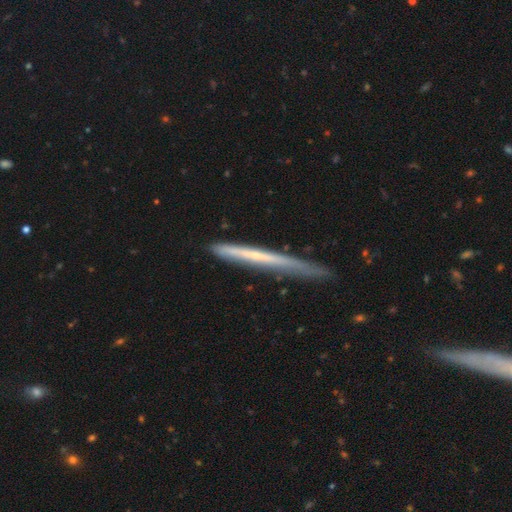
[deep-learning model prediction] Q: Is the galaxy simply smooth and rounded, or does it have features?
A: featured or disk — 55%.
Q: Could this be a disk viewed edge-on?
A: yes — 94%.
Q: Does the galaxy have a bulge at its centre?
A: none — 84%.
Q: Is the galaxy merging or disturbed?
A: none — 71%.